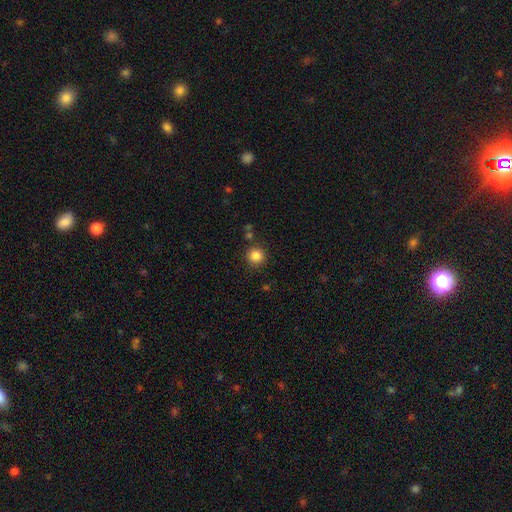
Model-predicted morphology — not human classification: smooth-or-featured: smooth: 85% | star or artifact: 11% | featured or disk: 4%
  how-rounded: round: 94% | in between: 6% | cigar-shaped: 1%
  merging: none: 87% | minor disturbance: 7% | merger: 3% | major disturbance: 3%